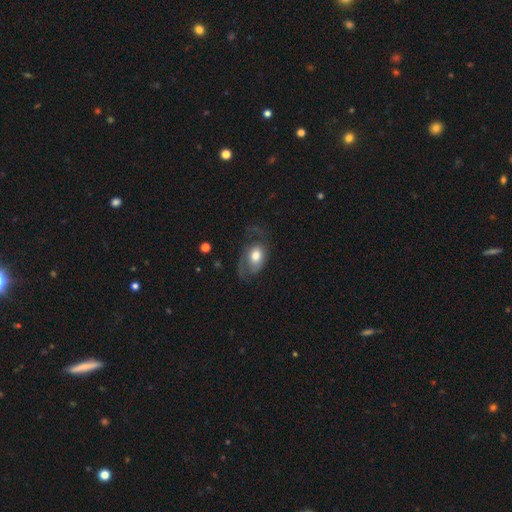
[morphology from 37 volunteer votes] A smooth galaxy with no disk features (54%) that is in between round and cigar-shaped (75%).

Vote fractions:
- Smooth or featured? smooth: 54% / featured or disk: 43% / star or artifact: 3%
- How rounded? in between: 75% / round: 20% / cigar-shaped: 5%
- Merging? major disturbance: 42% / none: 33% / minor disturbance: 25% / merger: 0%